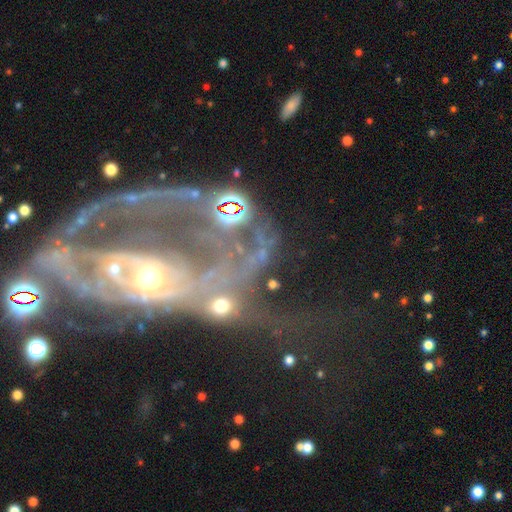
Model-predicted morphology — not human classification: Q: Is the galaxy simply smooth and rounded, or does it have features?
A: featured or disk — 77%.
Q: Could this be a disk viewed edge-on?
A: no — 95%.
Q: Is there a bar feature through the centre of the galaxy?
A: no — 72%.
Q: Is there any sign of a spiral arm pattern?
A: yes — 60%.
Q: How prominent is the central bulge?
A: moderate — 45%.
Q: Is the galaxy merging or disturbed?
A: major disturbance — 48%.